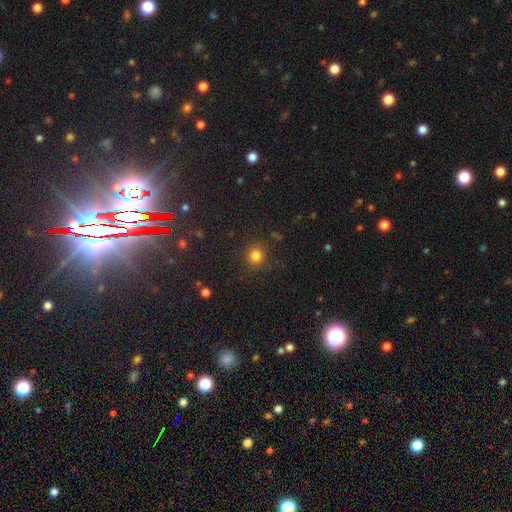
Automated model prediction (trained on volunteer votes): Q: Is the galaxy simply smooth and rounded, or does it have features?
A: smooth — 82%.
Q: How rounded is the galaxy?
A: round — 92%.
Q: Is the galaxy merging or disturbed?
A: none — 88%.